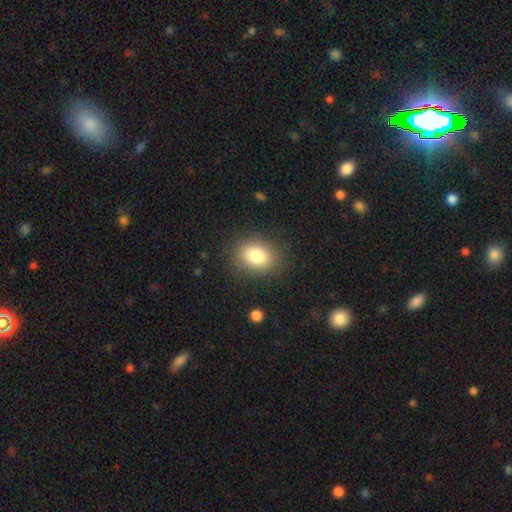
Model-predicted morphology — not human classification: A smooth galaxy with no disk features (81%) that is in between round and cigar-shaped (57%).

Vote fractions:
- Smooth or featured? smooth: 81% / star or artifact: 10% / featured or disk: 9%
- How rounded? in between: 57% / round: 42% / cigar-shaped: 1%
- Merging? none: 85% / minor disturbance: 10% / major disturbance: 4% / merger: 1%